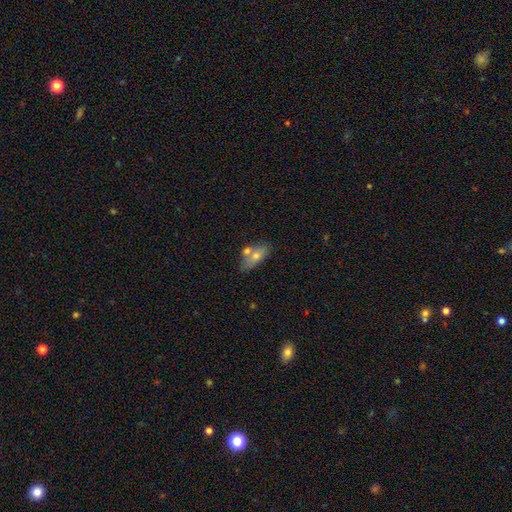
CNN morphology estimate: type=smooth (60%); roundness=in between (76%); merging=none (57%).